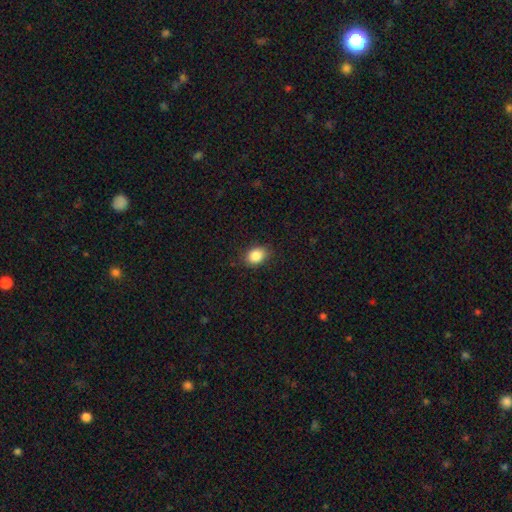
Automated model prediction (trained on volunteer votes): Smooth or featured? Predicted: smooth (p=0.86). How rounded? Predicted: in between (p=0.69). Merging? Predicted: none (p=0.86).